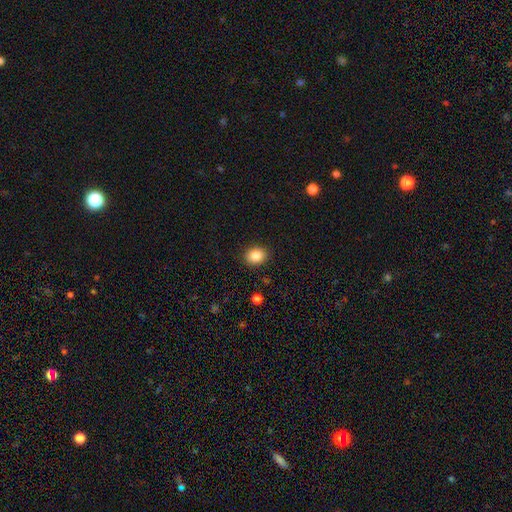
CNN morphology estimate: A smooth galaxy with no disk features (87%) that is round (58%).

Vote fractions:
- Smooth or featured? smooth: 87% / star or artifact: 9% / featured or disk: 4%
- How rounded? round: 58% / in between: 41% / cigar-shaped: 1%
- Merging? none: 88% / minor disturbance: 8% / major disturbance: 2% / merger: 1%